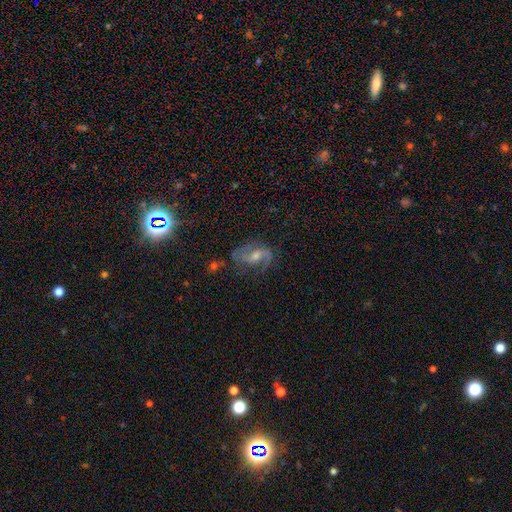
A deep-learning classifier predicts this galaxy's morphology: Smooth or featured?
  - featured or disk: 75% *
  - star or artifact: 15%
  - smooth: 11%
Edge-on disk?
  - no: 96% *
  - yes: 4%
Bar?
  - weak: 47% *
  - no: 33%
  - strong: 20%
Spiral arms?
  - yes: 94% *
  - no: 6%
Spiral winding?
  - medium: 50% *
  - loose: 31%
  - tight: 19%
Spiral arm count?
  - 2: 81% *
  - can't tell: 7%
  - 1: 6%
  - 3: 3%
  - 4: 1%
  - more than 4: 1%
Bulge size?
  - moderate: 56% *
  - small: 33%
  - large: 5%
  - none: 4%
  - dominant: 1%
Merging?
  - none: 68% *
  - minor disturbance: 18%
  - major disturbance: 11%
  - merger: 3%